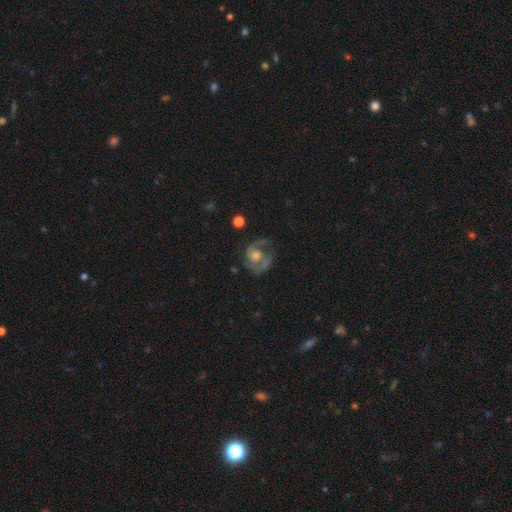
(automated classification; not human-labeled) Smooth or featured?
  - featured or disk: 77% *
  - smooth: 15%
  - star or artifact: 8%
Edge-on disk?
  - no: 98% *
  - yes: 2%
Bar?
  - no: 66% *
  - weak: 28%
  - strong: 6%
Spiral arms?
  - yes: 87% *
  - no: 13%
Spiral winding?
  - medium: 49% *
  - tight: 35%
  - loose: 16%
Spiral arm count?
  - 2: 73% *
  - 1: 10%
  - can't tell: 10%
  - 3: 3%
  - 4: 1%
  - more than 4: 1%
Bulge size?
  - moderate: 55% *
  - small: 24%
  - large: 14%
  - none: 5%
  - dominant: 2%
Merging?
  - none: 65% *
  - minor disturbance: 18%
  - major disturbance: 15%
  - merger: 2%